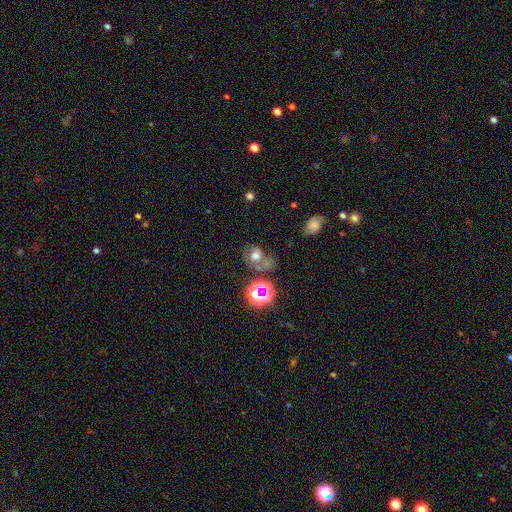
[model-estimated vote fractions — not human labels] Smooth or featured: smooth — 52% (featured or disk — 26%)
How rounded: round — 55% (in between — 44%)
Merging: none — 40% (merger — 24%)